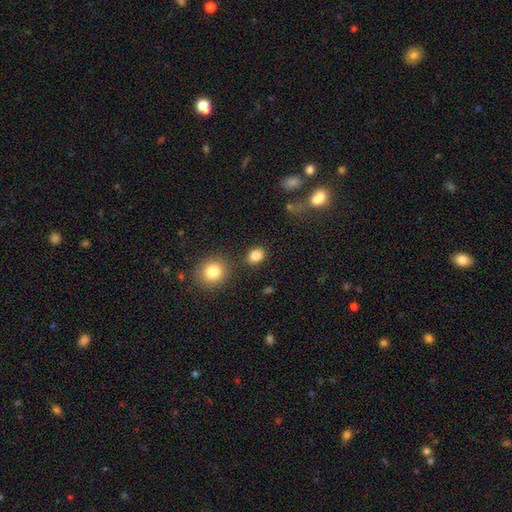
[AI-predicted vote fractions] Q: Smooth or featured?
A: smooth (85%); runner-up: star or artifact (10%)
Q: How rounded?
A: in between (58%); runner-up: round (41%)
Q: Merging?
A: none (81%); runner-up: minor disturbance (10%)